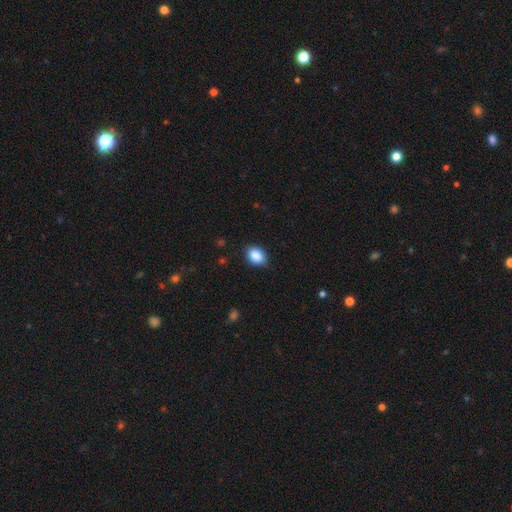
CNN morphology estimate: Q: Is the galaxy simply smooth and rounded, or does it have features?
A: smooth — 87%.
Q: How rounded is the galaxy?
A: in between — 76%.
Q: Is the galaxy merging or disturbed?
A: none — 81%.